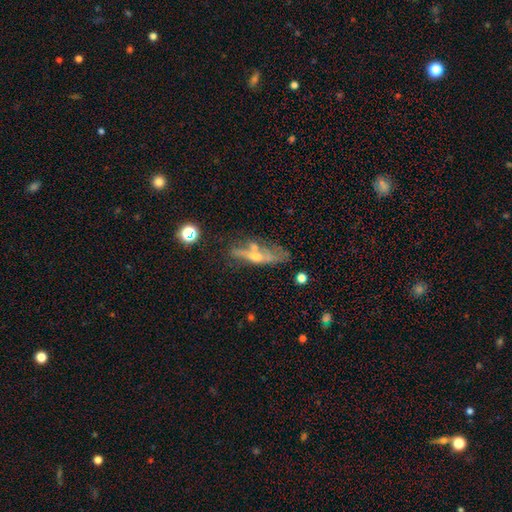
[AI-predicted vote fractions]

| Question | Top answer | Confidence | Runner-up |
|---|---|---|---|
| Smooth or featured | featured or disk | 57% | smooth (32%) |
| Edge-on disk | yes | 62% | no (38%) |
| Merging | none | 43% | minor disturbance (21%) |